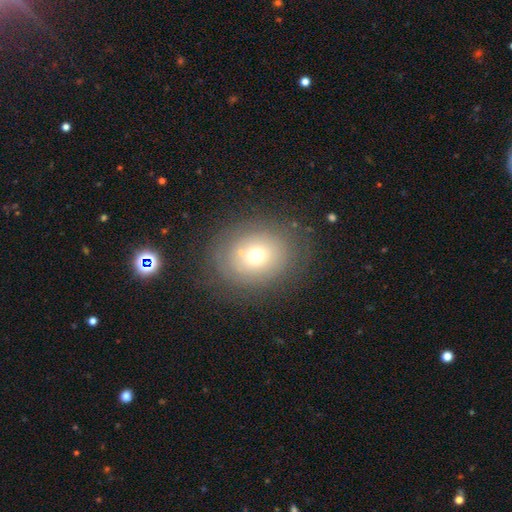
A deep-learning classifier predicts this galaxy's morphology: The model was most divided on "how rounded": round: 55%, in between: 44%, cigar-shaped: 1%. More confident: merging — none (74%); smooth or featured — smooth (58%).